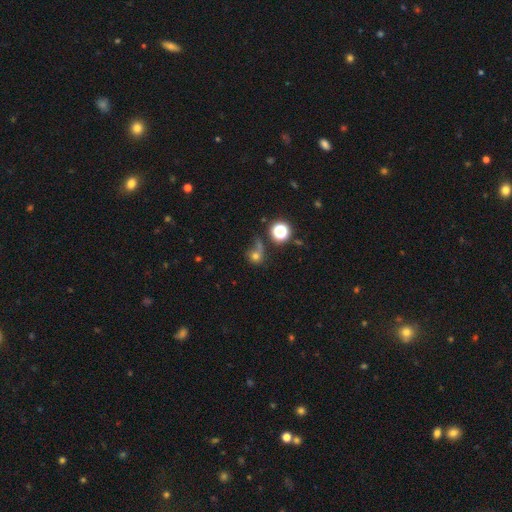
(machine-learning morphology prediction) Q: Smooth or featured?
A: smooth (64%); runner-up: star or artifact (20%)
Q: How rounded?
A: round (81%); runner-up: in between (17%)
Q: Merging?
A: none (39%); runner-up: major disturbance (23%)